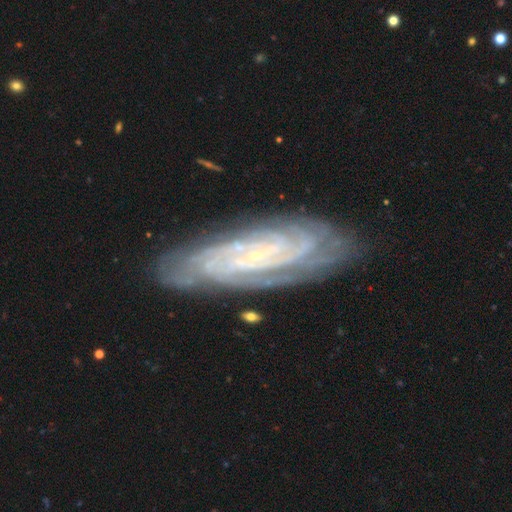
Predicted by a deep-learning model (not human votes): Smooth or featured?
  - featured or disk: 86% *
  - smooth: 8%
  - star or artifact: 6%
Edge-on disk?
  - no: 89% *
  - yes: 11%
Bar?
  - no: 53% *
  - weak: 31%
  - strong: 15%
Spiral arms?
  - yes: 97% *
  - no: 3%
Spiral winding?
  - tight: 78% *
  - medium: 19%
  - loose: 4%
Spiral arm count?
  - can't tell: 31% *
  - 2: 18%
  - 4: 18%
  - 3: 16%
  - more than 4: 10%
  - 1: 7%
Bulge size?
  - small: 81% *
  - none: 9%
  - moderate: 8%
  - large: 1%
  - dominant: 1%
Merging?
  - none: 81% *
  - minor disturbance: 14%
  - major disturbance: 4%
  - merger: 2%